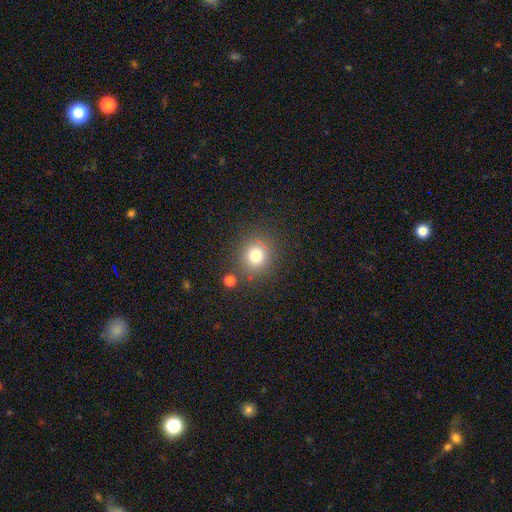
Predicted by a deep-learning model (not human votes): smooth_or_featured: smooth (p=0.77) [alt: star or artifact p=0.15]
how_rounded: round (p=0.88) [alt: in between p=0.11]
merging: none (p=0.81) [alt: minor disturbance p=0.10]